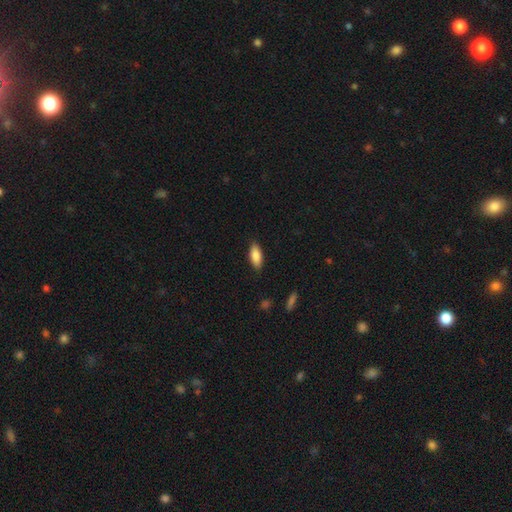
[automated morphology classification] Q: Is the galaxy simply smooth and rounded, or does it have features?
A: smooth — 87%.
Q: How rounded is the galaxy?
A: in between — 82%.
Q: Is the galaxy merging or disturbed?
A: none — 86%.